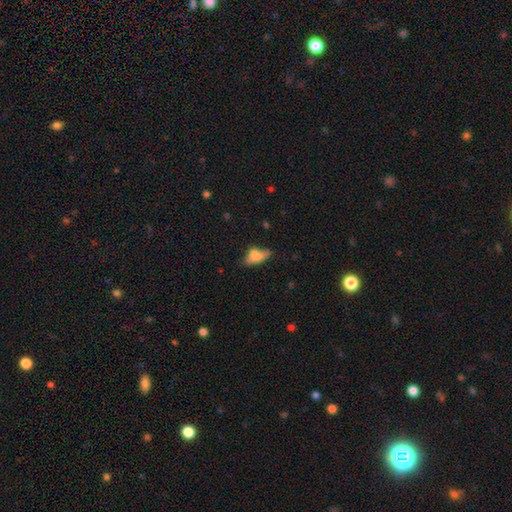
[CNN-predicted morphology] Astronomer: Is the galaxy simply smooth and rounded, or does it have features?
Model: smooth — 70%.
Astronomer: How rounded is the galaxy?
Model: in between — 78%.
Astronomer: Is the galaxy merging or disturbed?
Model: none — 38% (runner-up: minor disturbance, 31%).